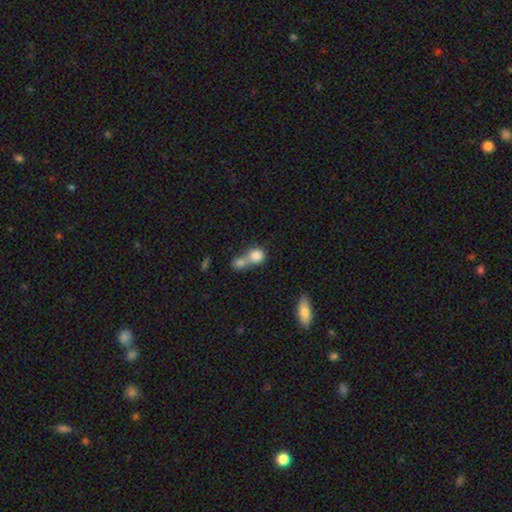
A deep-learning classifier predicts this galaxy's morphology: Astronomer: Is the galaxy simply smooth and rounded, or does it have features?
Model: smooth — 80%.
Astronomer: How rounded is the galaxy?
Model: round — 68%.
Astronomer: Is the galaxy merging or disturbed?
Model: merger — 69%.